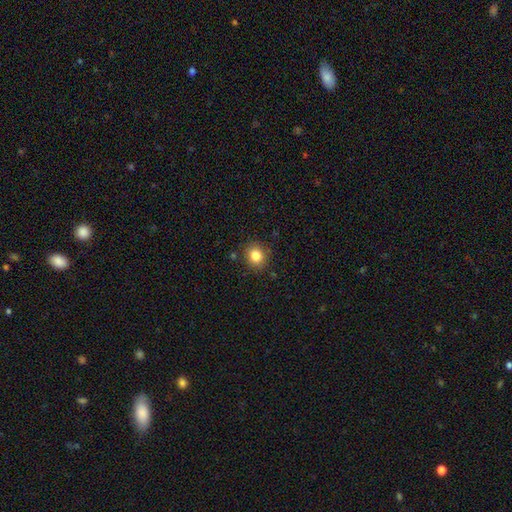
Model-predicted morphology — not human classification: smooth 83%, star or artifact 11%, featured or disk 6%. Down the decision tree: how rounded — round (78%); merging — none (88%).